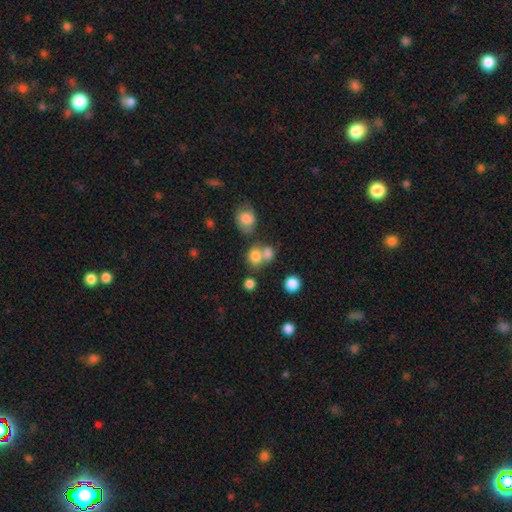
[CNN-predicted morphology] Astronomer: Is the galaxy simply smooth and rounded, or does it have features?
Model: smooth — 77%.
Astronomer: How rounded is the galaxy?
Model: round — 70%.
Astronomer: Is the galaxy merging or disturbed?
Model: none — 43% (runner-up: merger, 42%).